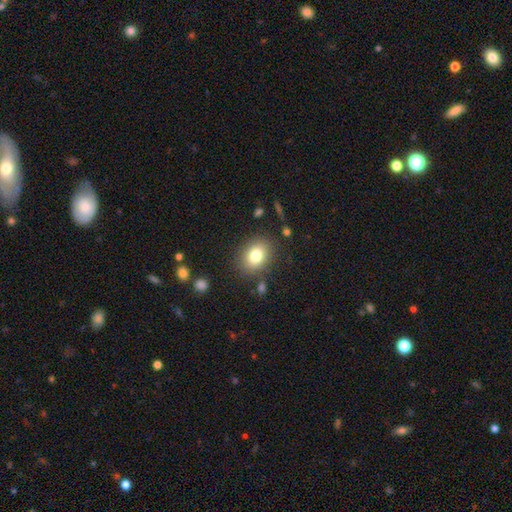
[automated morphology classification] Smooth or featured? Predicted: smooth (p=0.80). How rounded? Predicted: in between (p=0.57). Merging? Predicted: none (p=0.83).